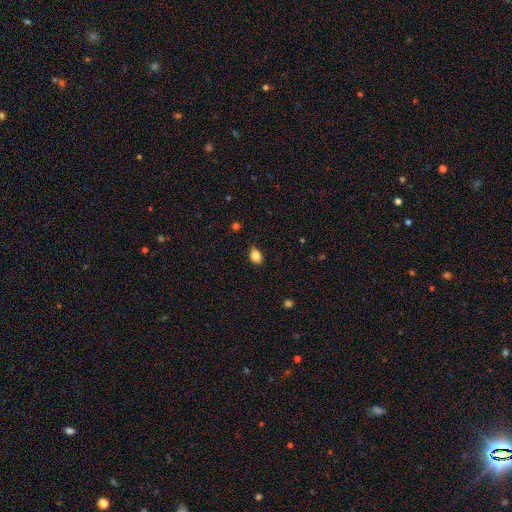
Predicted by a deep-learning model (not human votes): Smooth or featured?
  - smooth: 86% *
  - star or artifact: 10%
  - featured or disk: 5%
How rounded?
  - in between: 67% *
  - round: 32%
  - cigar-shaped: 1%
Merging?
  - none: 81% *
  - minor disturbance: 15%
  - major disturbance: 3%
  - merger: 1%